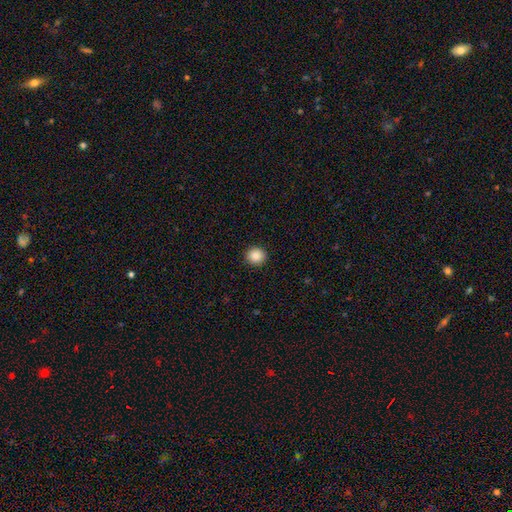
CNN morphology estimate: Q: Smooth or featured?
A: smooth (88%); runner-up: star or artifact (9%)
Q: How rounded?
A: round (91%); runner-up: in between (8%)
Q: Merging?
A: none (92%); runner-up: minor disturbance (5%)